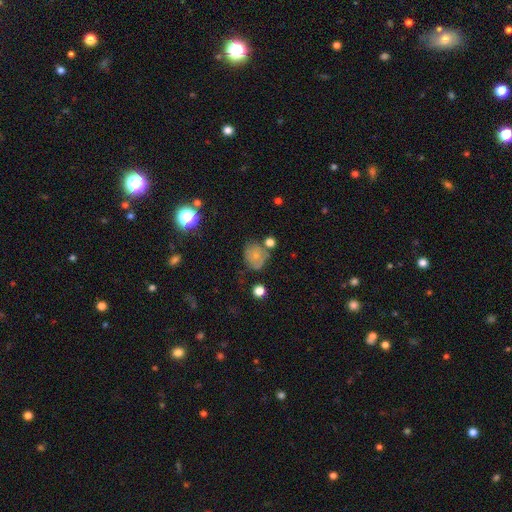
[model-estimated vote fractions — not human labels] This is likely a smooth galaxy (66%). How rounded: likely round (72%). Merging: possibly none (56%).